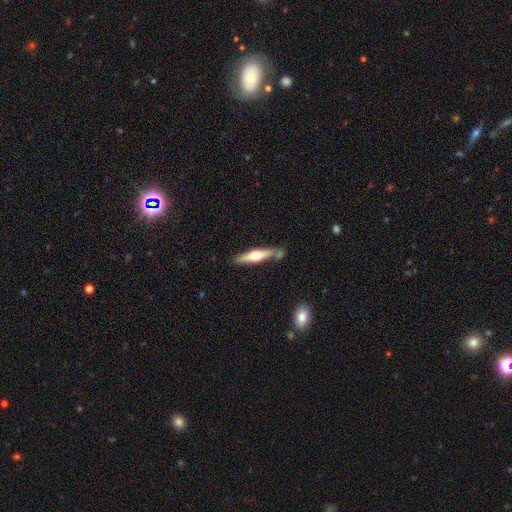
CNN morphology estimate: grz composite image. It shows a featured or disk galaxy (54%) viewed edge-on (93%) with a rounded central bulge (92%). Merging: none (70%).